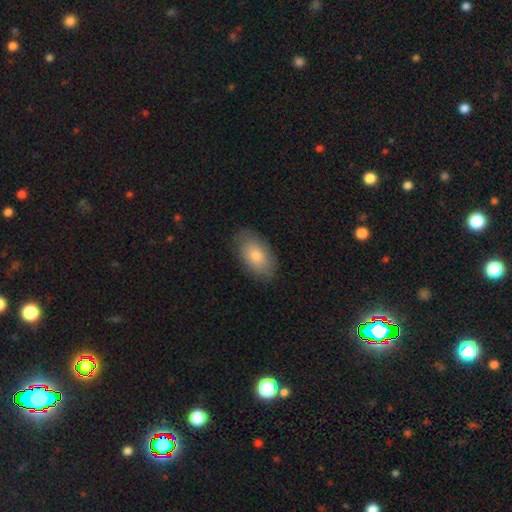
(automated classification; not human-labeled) Overall: smooth (79%). How rounded: in between (93%). Merging: none (84%).